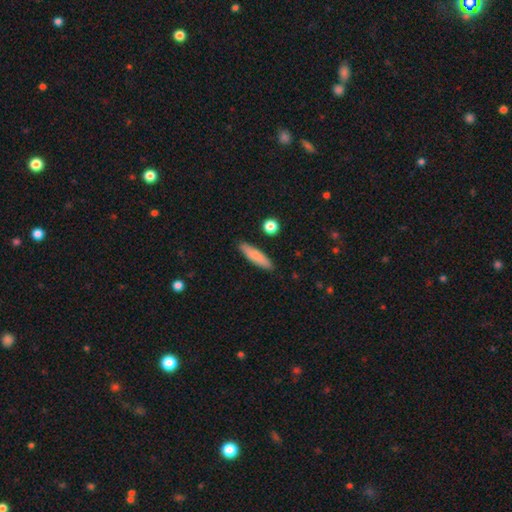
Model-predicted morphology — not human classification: Smooth or featured? Predicted: smooth (p=0.81). How rounded? Predicted: cigar-shaped (p=0.73). Merging? Predicted: none (p=0.88).